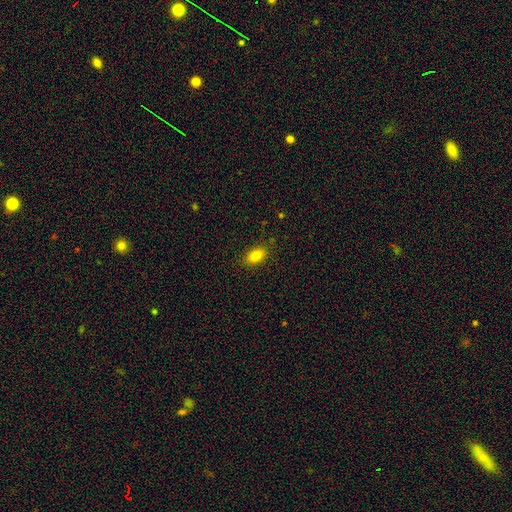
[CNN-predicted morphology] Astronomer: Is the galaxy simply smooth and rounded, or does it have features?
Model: smooth — 82%.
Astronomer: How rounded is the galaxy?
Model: in between — 88%.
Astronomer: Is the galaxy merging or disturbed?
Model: none — 87%.